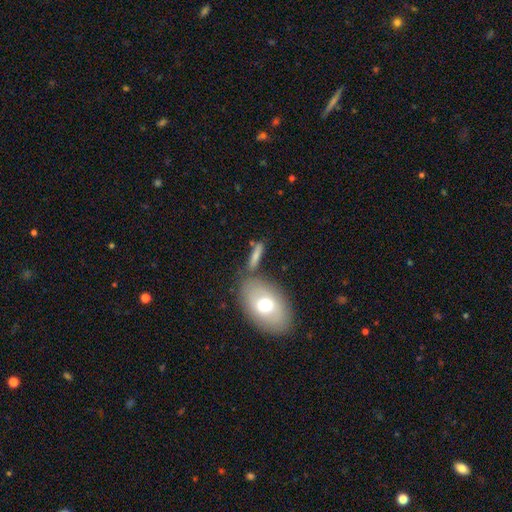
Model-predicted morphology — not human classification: The model was most divided on "how rounded": cigar-shaped: 59%, in between: 35%, round: 7%. More confident: smooth or featured — smooth (69%); merging — none (65%).